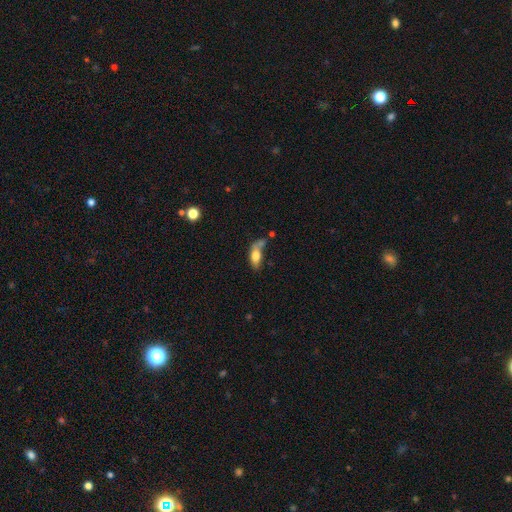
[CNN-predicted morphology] This is likely a smooth galaxy (69%). How rounded: likely in between (77%). Merging: marginally none (31%).